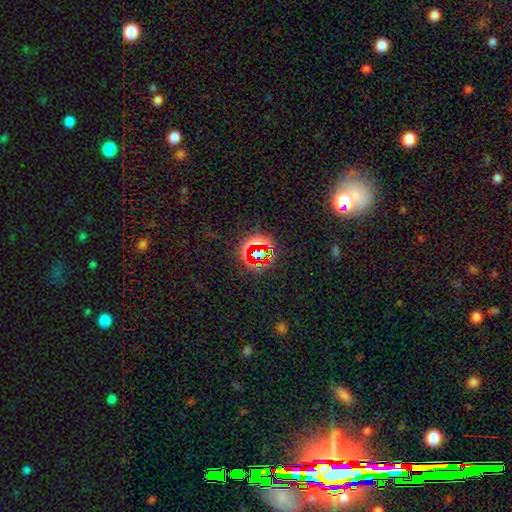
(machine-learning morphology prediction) smooth_or_featured: star or artifact (p=0.75) [alt: smooth p=0.15]